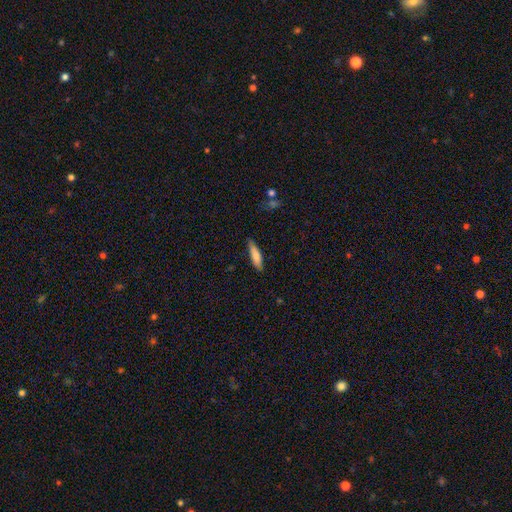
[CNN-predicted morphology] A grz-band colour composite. It shows a smooth galaxy with no disk features (78%) that is cigar-shaped (75%). Merging: none (82%).